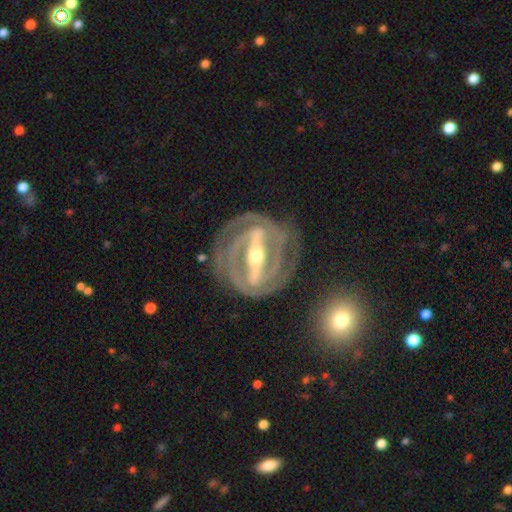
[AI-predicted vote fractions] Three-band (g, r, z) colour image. It shows a featured or disk galaxy (90%) with a strong bar (88%), 2 (66%) tight (74%) spiral arms (87%) and a moderate central bulge (60%). Merging: none (79%).